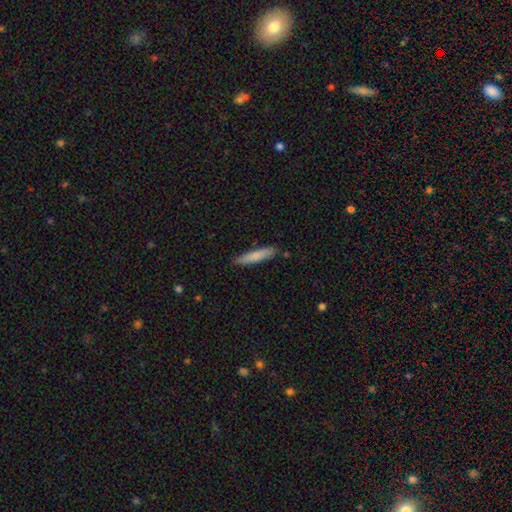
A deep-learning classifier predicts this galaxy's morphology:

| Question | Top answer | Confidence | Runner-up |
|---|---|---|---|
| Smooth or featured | smooth | 79% | featured or disk (15%) |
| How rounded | cigar-shaped | 88% | in between (10%) |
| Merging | none | 85% | minor disturbance (11%) |